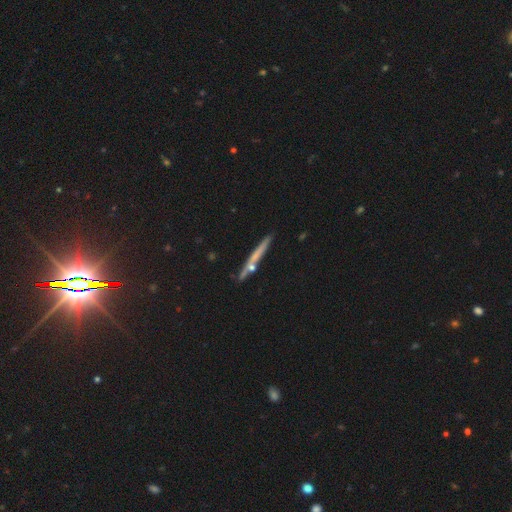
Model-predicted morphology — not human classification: featured or disk 49%, smooth 43%, star or artifact 8%. Down the decision tree: merging — none (80%).